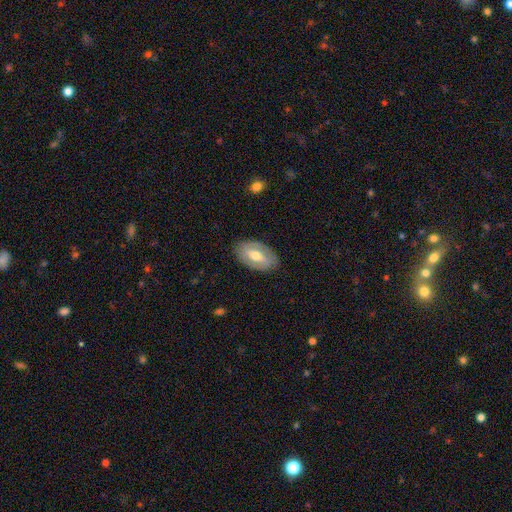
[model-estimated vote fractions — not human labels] Smooth or featured? featured or disk (57%)
Edge-on disk? no (90%)
Bar? weak (40%)
Spiral arms? no (53%)
Bulge size? moderate (70%)
Merging? none (83%)